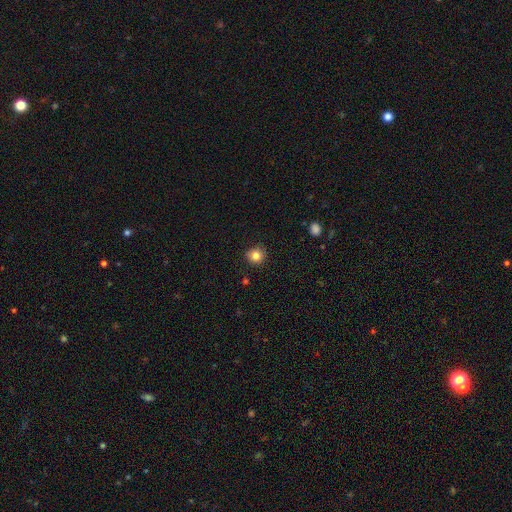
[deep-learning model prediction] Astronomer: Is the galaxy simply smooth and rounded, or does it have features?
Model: smooth — 82%.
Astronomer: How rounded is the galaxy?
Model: round — 89%.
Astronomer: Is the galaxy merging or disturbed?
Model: none — 83%.